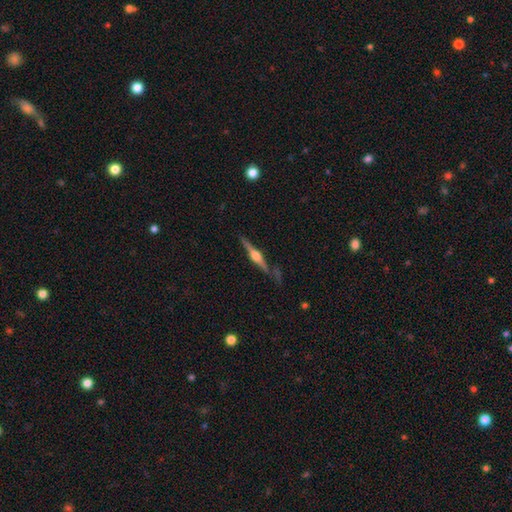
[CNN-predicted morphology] Smooth or featured? featured or disk (82%)
Edge-on disk? yes (98%)
Edge-on bulge? rounded (93%)
Merging? none (83%)